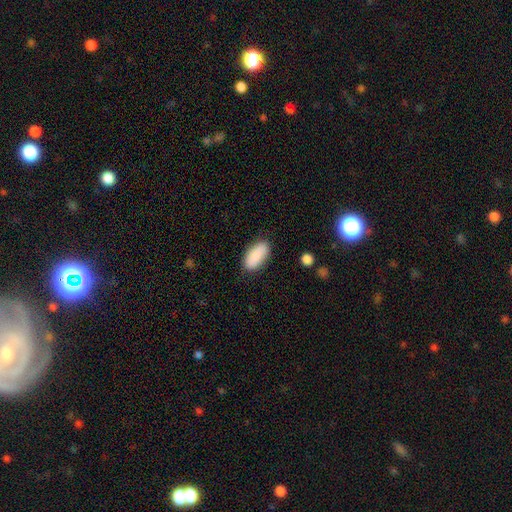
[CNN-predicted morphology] A smooth galaxy with no disk features (86%) that is in between round and cigar-shaped (90%). Merging: none (84%).